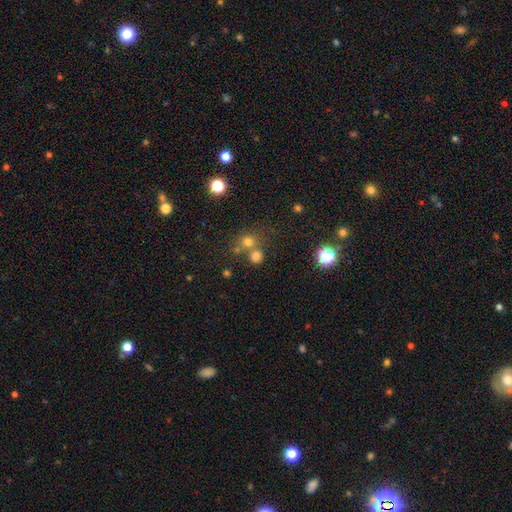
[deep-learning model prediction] This is likely a smooth galaxy (71%). How rounded: clearly round (86%). Merging: possibly none (56%).